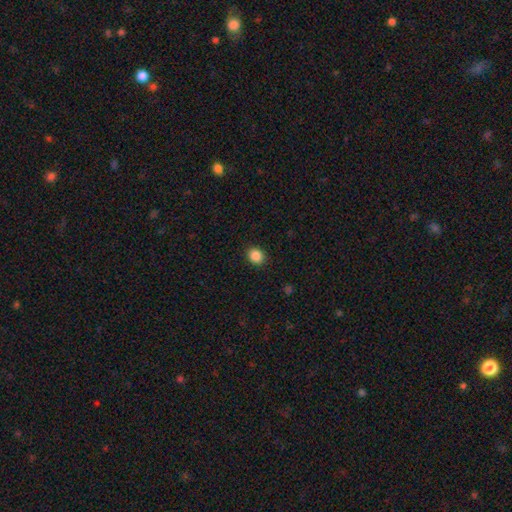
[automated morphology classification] This is clearly a smooth galaxy (86%). How rounded: likely round (68%). Merging: clearly none (91%).